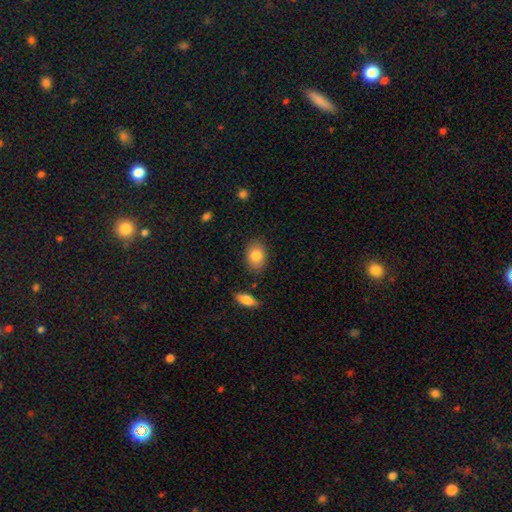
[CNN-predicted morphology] type=smooth (83%); roundness=in between (72%); merging=none (85%).